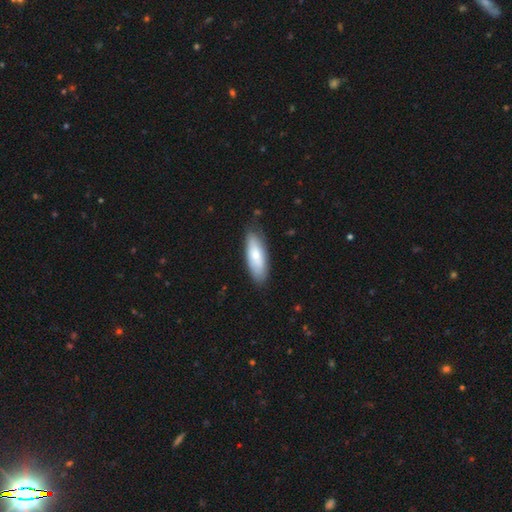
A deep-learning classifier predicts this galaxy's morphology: Smooth or featured?
  - smooth: 67% *
  - featured or disk: 28%
  - star or artifact: 5%
How rounded?
  - in between: 67% *
  - cigar-shaped: 32%
  - round: 2%
Merging?
  - none: 79% *
  - minor disturbance: 16%
  - major disturbance: 3%
  - merger: 1%